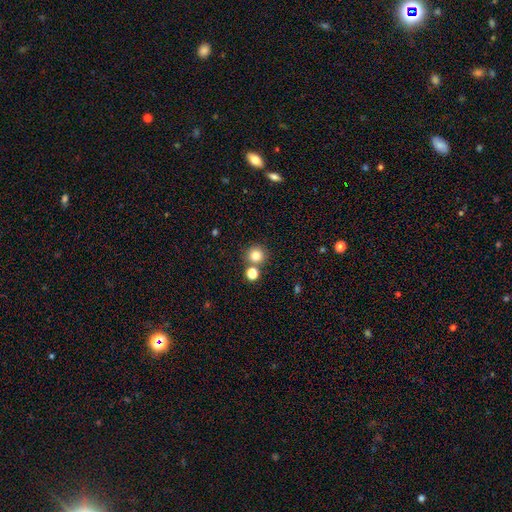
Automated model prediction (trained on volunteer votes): The model was most divided on "merging": none: 75%, merger: 16%, minor disturbance: 7%, major disturbance: 3%. More confident: how rounded — round (92%); smooth or featured — smooth (80%).